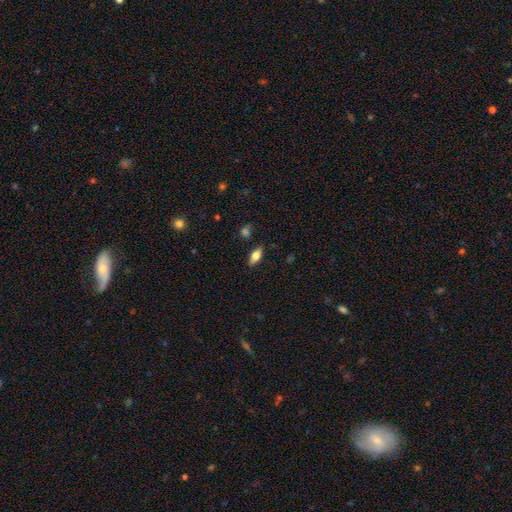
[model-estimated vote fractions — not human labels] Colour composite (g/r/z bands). It shows a smooth galaxy with no disk features (64%) that is in between round and cigar-shaped (80%). Merging: none (85%).